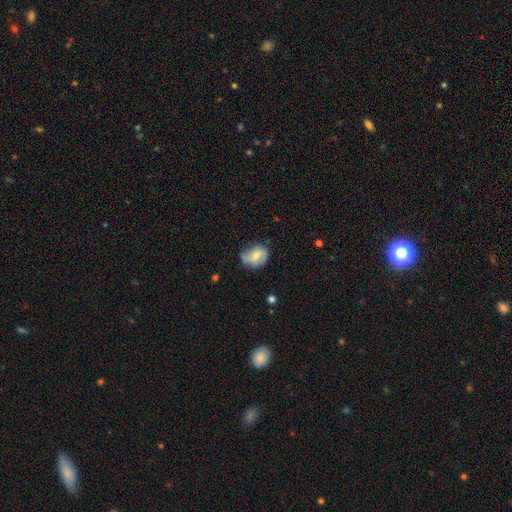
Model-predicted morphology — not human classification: smooth 63%, featured or disk 29%, star or artifact 8%. Down the decision tree: how rounded — in between (53%); merging — none (51%).